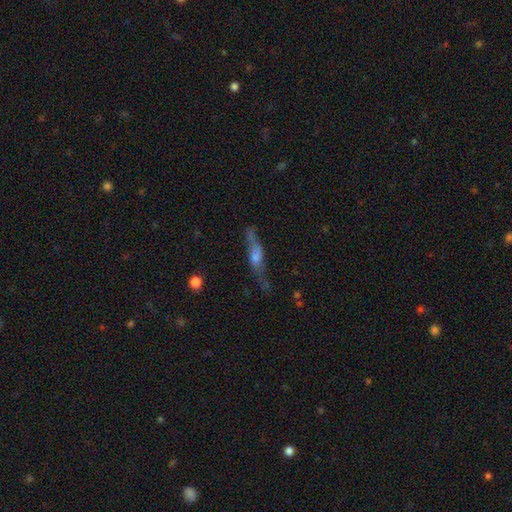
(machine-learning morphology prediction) A featured or disk galaxy (62%) viewed edge-on (79%). Merging: none (65%).